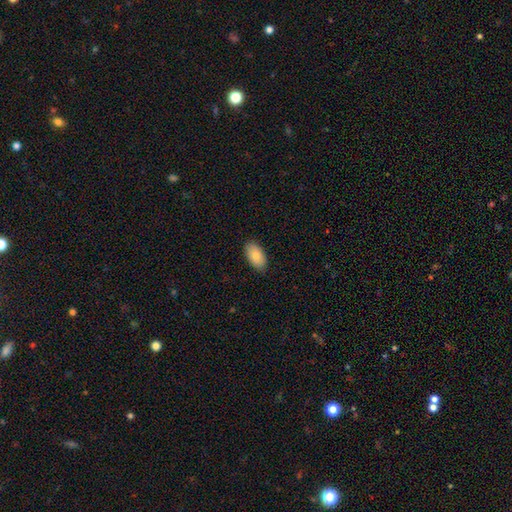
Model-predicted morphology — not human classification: smooth 84%, featured or disk 9%, star or artifact 6%. Down the decision tree: how rounded — in between (95%); merging — none (87%).